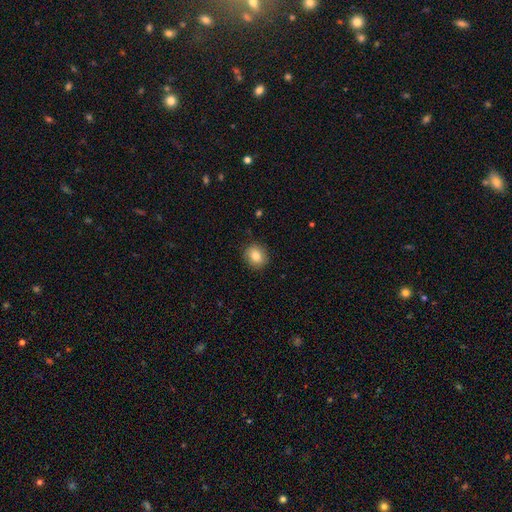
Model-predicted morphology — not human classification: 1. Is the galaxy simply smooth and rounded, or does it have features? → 82% smooth, 9% featured or disk, 9% star or artifact.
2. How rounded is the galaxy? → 72% round, 27% in between, 1% cigar-shaped.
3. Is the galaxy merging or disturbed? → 89% none, 8% minor disturbance, 2% major disturbance, 1% merger.